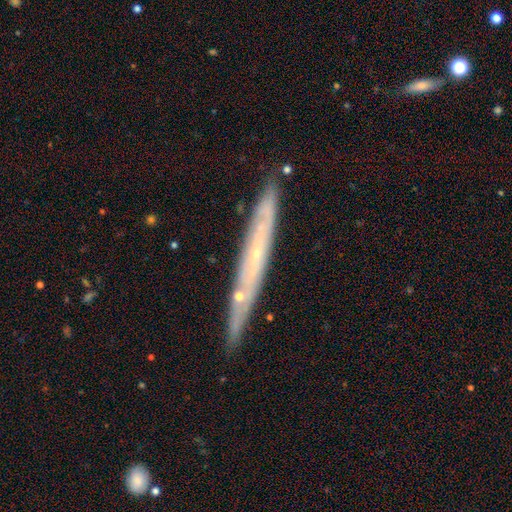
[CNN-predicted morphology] featured or disk 67%, smooth 27%, star or artifact 6%. Down the decision tree: edge-on disk — yes (77%); edge-on bulge — none (61%); merging — none (81%).